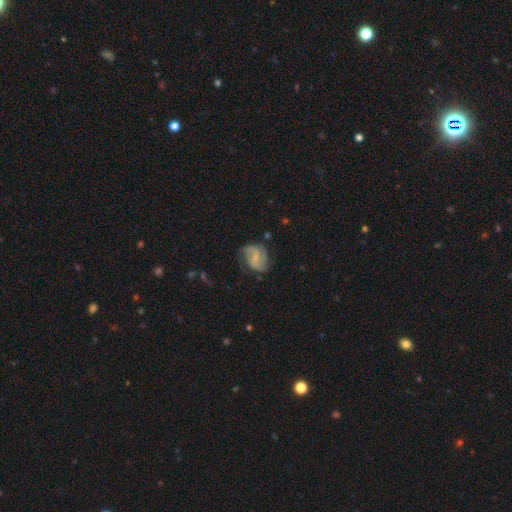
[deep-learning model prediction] The model was most divided on "spiral winding" (2-way tie): loose: 42%, medium: 42%, tight: 15%. Remaining: edge-on disk — no (98%); spiral arms — yes (93%); spiral arm count — 2 (80%); smooth or featured — featured or disk (76%); merging — none (64%); bulge size — small (57%); bar — weak (49%).